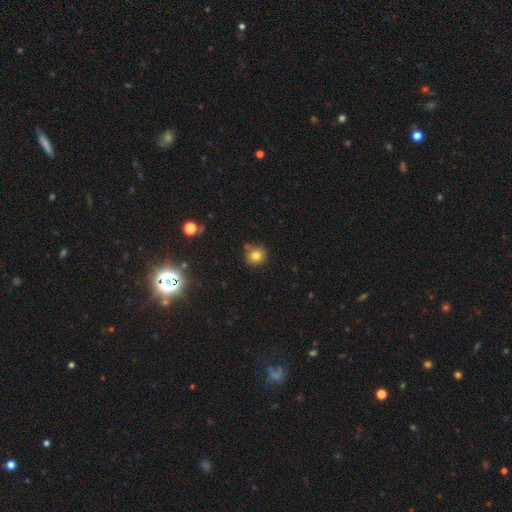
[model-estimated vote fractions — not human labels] smooth-or-featured: smooth: 78% | star or artifact: 13% | featured or disk: 9%
  how-rounded: round: 91% | in between: 8% | cigar-shaped: 1%
  merging: none: 78% | minor disturbance: 11% | merger: 8% | major disturbance: 3%